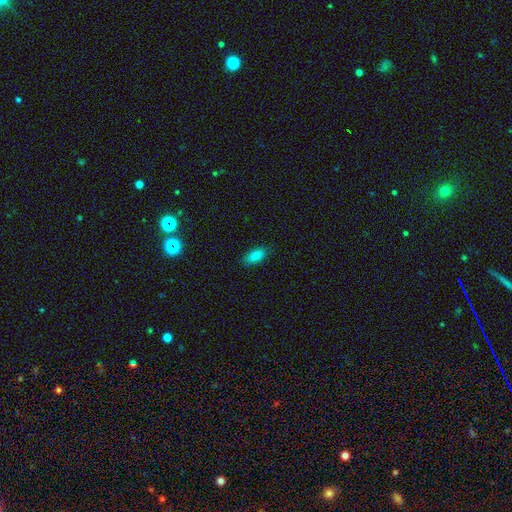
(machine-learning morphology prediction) smooth-or-featured: smooth: 86% | star or artifact: 9% | featured or disk: 5%
  how-rounded: in between: 89% | cigar-shaped: 8% | round: 2%
  merging: none: 85% | minor disturbance: 11% | major disturbance: 2% | merger: 1%